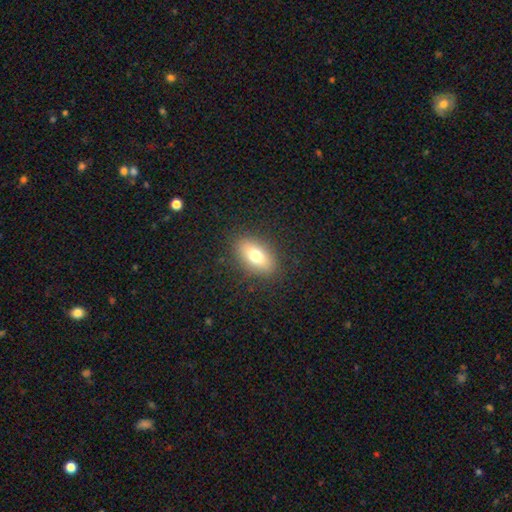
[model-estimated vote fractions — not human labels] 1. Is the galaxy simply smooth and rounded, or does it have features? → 74% smooth, 17% featured or disk, 9% star or artifact.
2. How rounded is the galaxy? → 87% in between, 9% round, 5% cigar-shaped.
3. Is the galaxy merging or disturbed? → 87% none, 9% minor disturbance, 3% major disturbance, 1% merger.